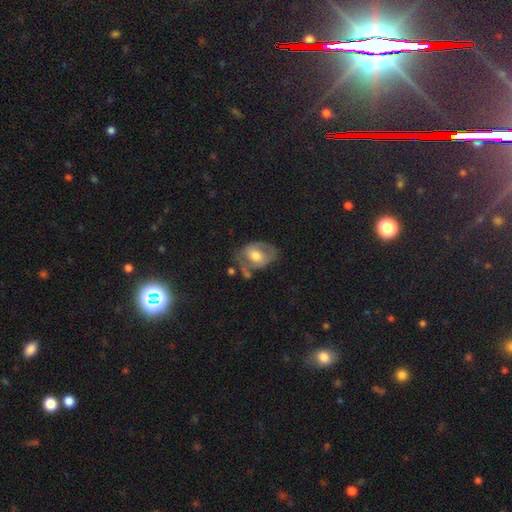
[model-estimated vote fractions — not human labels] Q: Smooth or featured?
A: smooth (52%); runner-up: featured or disk (41%)
Q: How rounded?
A: in between (73%); runner-up: round (25%)
Q: Merging?
A: none (47%); runner-up: minor disturbance (27%)